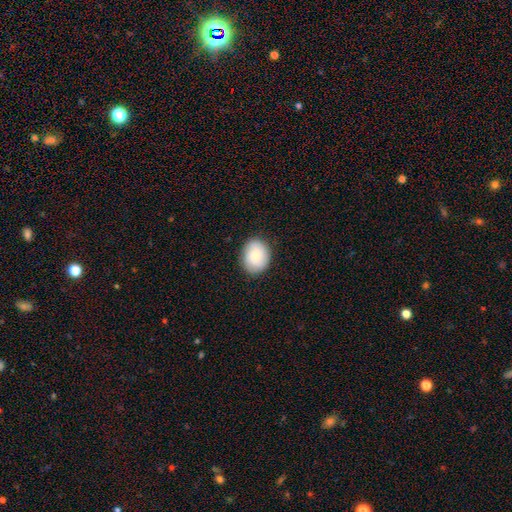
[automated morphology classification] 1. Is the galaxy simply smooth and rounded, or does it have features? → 80% smooth, 13% featured or disk, 7% star or artifact.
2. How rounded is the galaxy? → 51% in between, 49% round, 1% cigar-shaped.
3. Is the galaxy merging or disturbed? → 86% none, 11% minor disturbance, 3% major disturbance, 1% merger.